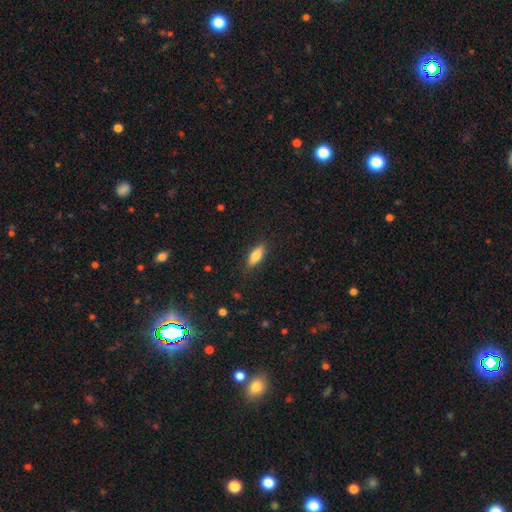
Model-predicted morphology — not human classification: Smooth or featured?
  - smooth: 79% *
  - featured or disk: 14%
  - star or artifact: 7%
How rounded?
  - in between: 69% *
  - cigar-shaped: 29%
  - round: 2%
Merging?
  - none: 85% *
  - minor disturbance: 11%
  - major disturbance: 3%
  - merger: 1%